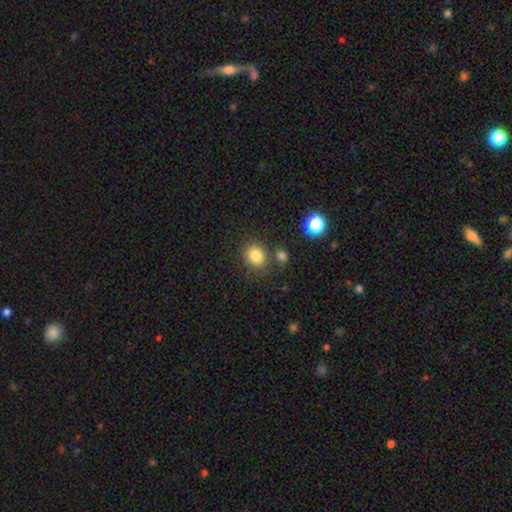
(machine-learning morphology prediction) Smooth or featured: smooth — 82% (star or artifact — 11%)
How rounded: round — 71% (in between — 28%)
Merging: none — 72% (minor disturbance — 12%)